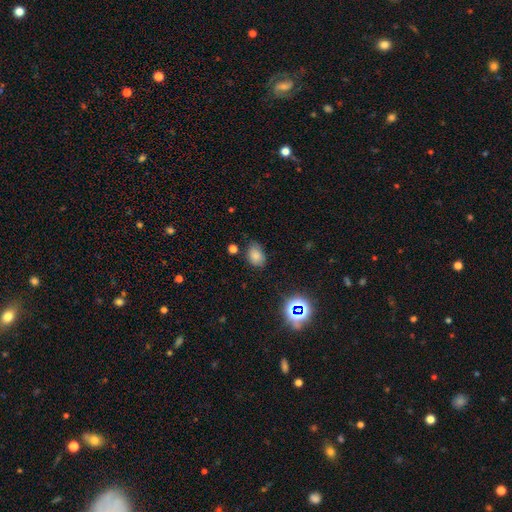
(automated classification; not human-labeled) smooth 77%, star or artifact 16%, featured or disk 7%. Down the decision tree: how rounded — in between (78%); merging — none (74%).